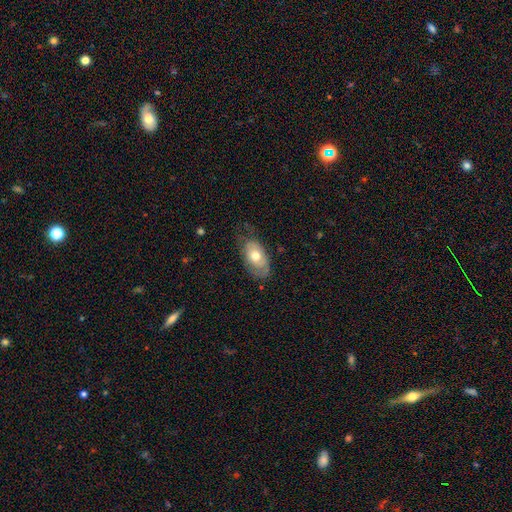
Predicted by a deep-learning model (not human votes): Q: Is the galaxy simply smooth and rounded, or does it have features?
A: smooth — 57%.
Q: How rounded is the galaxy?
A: in between — 91%.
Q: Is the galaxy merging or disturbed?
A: none — 61%.